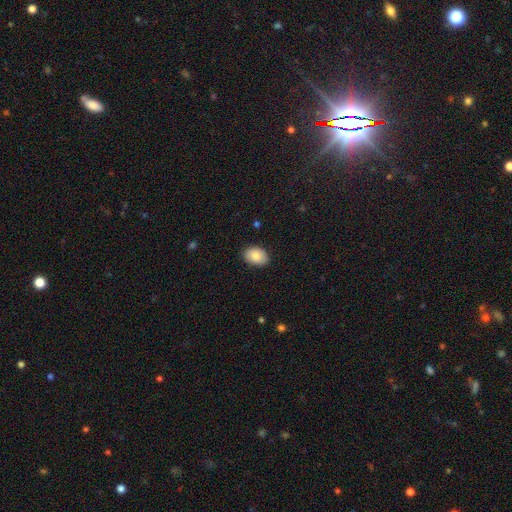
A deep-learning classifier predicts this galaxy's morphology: type=smooth (85%); roundness=in between (81%); merging=none (87%).